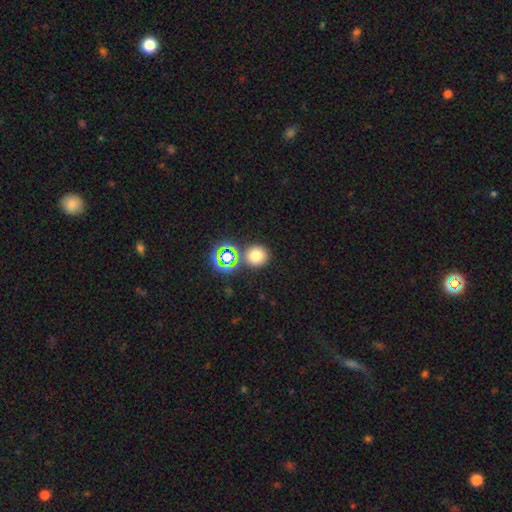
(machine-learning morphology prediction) Smooth or featured? Predicted: smooth (p=0.71). How rounded? Predicted: round (p=0.87). Merging? Predicted: none (p=0.75).